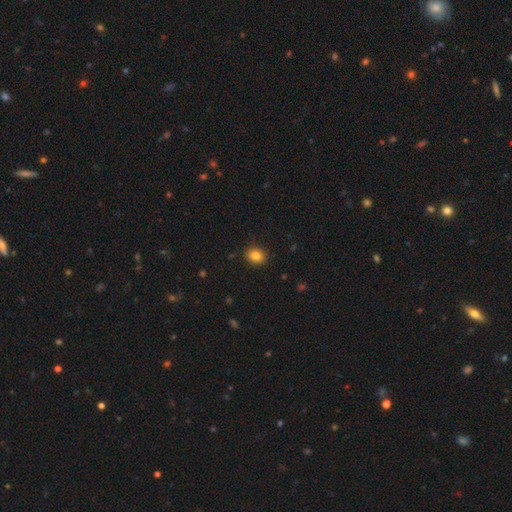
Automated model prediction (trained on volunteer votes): A smooth galaxy with no disk features (84%) that is round (56%). Merging: none (90%).